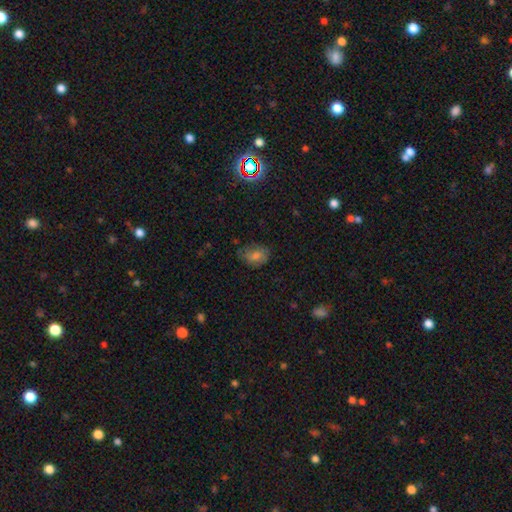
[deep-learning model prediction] Morphology: type=smooth (59%); roundness=in between (67%); merging=none (65%).